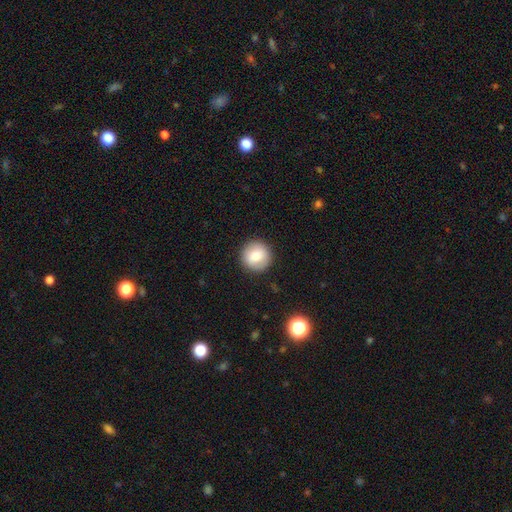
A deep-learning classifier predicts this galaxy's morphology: Q: Smooth or featured?
A: smooth (78%); runner-up: featured or disk (14%)
Q: How rounded?
A: round (95%); runner-up: in between (4%)
Q: Merging?
A: none (91%); runner-up: minor disturbance (6%)